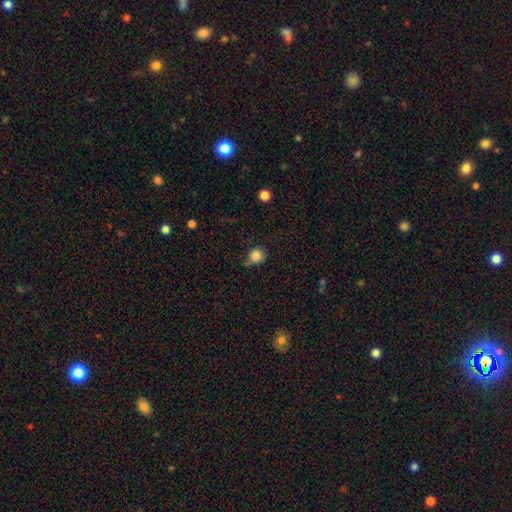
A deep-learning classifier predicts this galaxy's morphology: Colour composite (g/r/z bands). It shows a smooth galaxy with no disk features (83%) that is round (86%). Merging: none (59%).